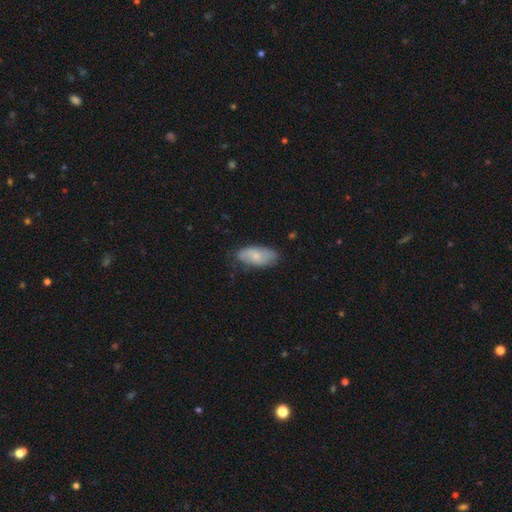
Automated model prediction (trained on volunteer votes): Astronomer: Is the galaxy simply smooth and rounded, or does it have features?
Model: smooth — 67%.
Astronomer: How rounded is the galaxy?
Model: in between — 90%.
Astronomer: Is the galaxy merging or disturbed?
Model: none — 69%.